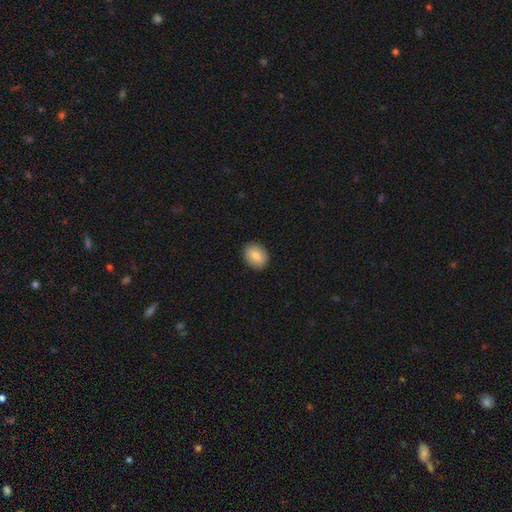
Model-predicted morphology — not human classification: Q: Smooth or featured?
A: smooth (83%); runner-up: featured or disk (9%)
Q: How rounded?
A: in between (51%); runner-up: round (48%)
Q: Merging?
A: none (90%); runner-up: minor disturbance (7%)